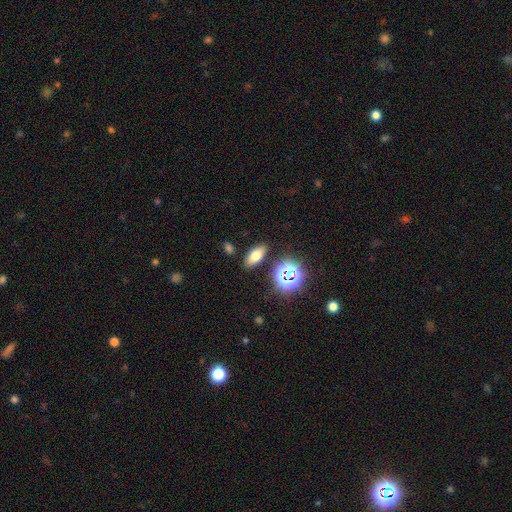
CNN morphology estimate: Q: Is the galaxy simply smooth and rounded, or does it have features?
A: smooth — 68%.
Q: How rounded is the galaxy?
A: in between — 80%.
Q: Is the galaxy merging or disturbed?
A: none — 86%.